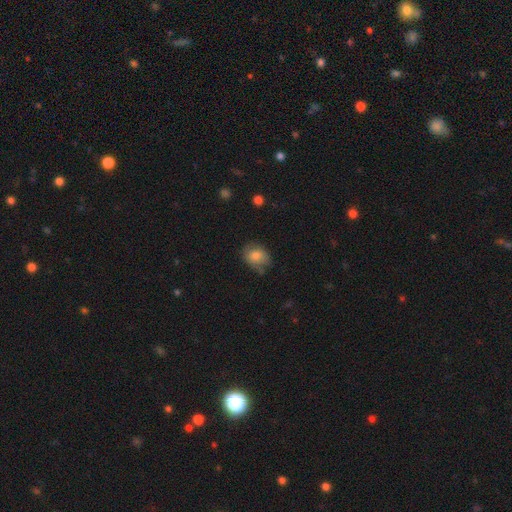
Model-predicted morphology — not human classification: A smooth galaxy with no disk features (78%) that is in between round and cigar-shaped (53%).

Vote fractions:
- Smooth or featured? smooth: 78% / featured or disk: 13% / star or artifact: 8%
- How rounded? in between: 53% / round: 46% / cigar-shaped: 1%
- Merging? none: 63% / minor disturbance: 27% / major disturbance: 7% / merger: 3%